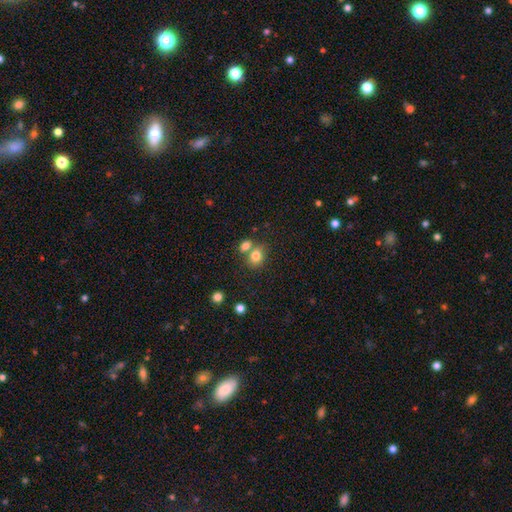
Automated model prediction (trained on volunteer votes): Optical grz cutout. It shows a smooth galaxy with no disk features (80%) that is round (57%). Merging: none (47%).